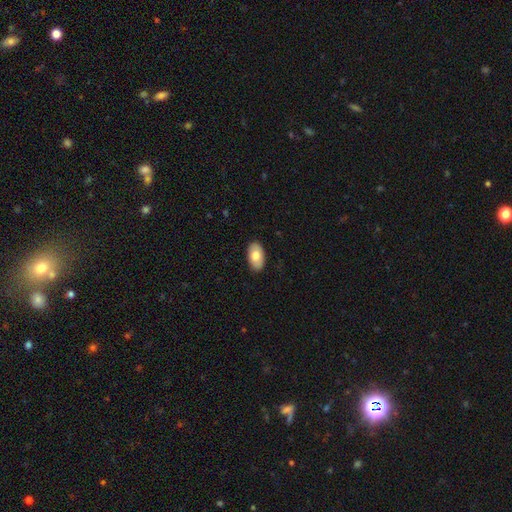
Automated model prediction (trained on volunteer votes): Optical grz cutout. It shows a smooth galaxy with no disk features (74%) that is in between round and cigar-shaped (94%). Merging: none (88%).